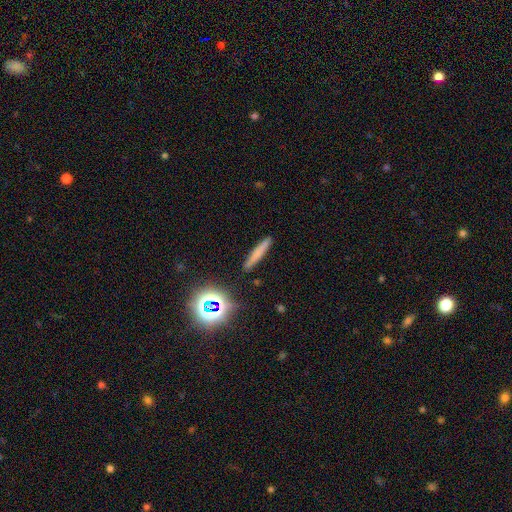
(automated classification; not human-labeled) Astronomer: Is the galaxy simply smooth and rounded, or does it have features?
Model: smooth — 63%.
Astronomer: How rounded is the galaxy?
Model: cigar-shaped — 91%.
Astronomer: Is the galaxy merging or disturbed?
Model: none — 90%.